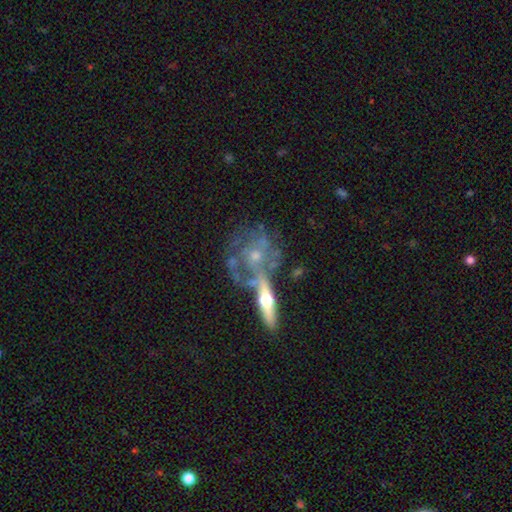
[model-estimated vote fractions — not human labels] This appears to be a featured or disk galaxy (73%) with no bar (85%), no spiral arms (60%) and a moderate central bulge (46%). Merging: none (36%).